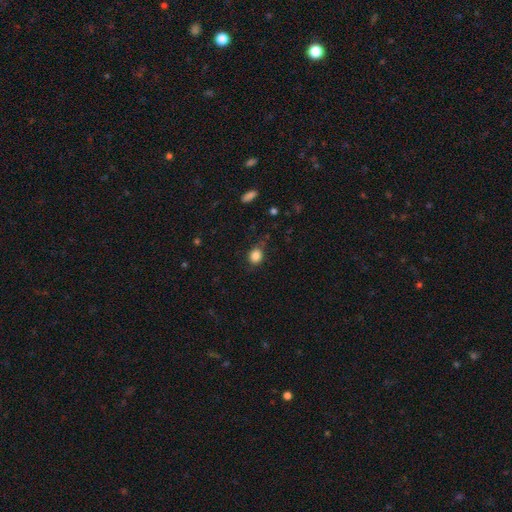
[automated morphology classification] A smooth galaxy with no disk features (85%) that is round (66%).

Vote fractions:
- Smooth or featured? smooth: 85% / star or artifact: 10% / featured or disk: 5%
- How rounded? round: 66% / in between: 33% / cigar-shaped: 1%
- Merging? none: 73% / minor disturbance: 20% / major disturbance: 5% / merger: 2%